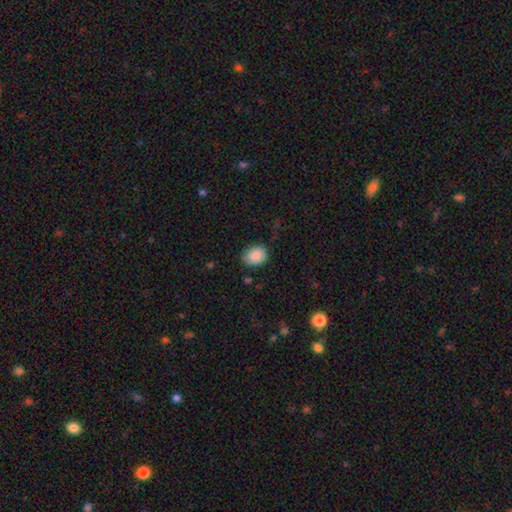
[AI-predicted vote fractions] Smooth or featured: smooth — 88% (star or artifact — 7%)
How rounded: in between — 53% (round — 46%)
Merging: none — 76% (minor disturbance — 19%)